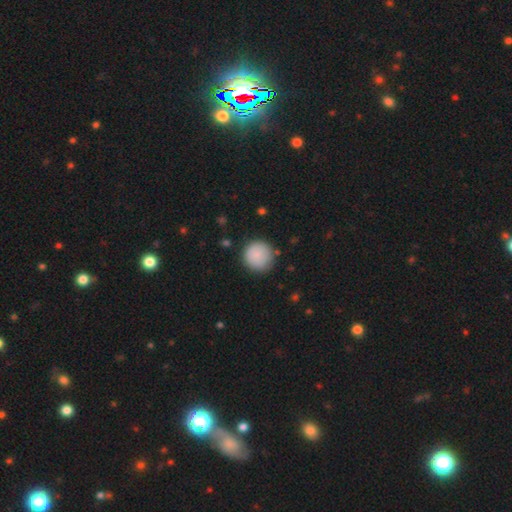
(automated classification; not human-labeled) Morphology: type=smooth (87%); roundness=round (94%); merging=none (84%).